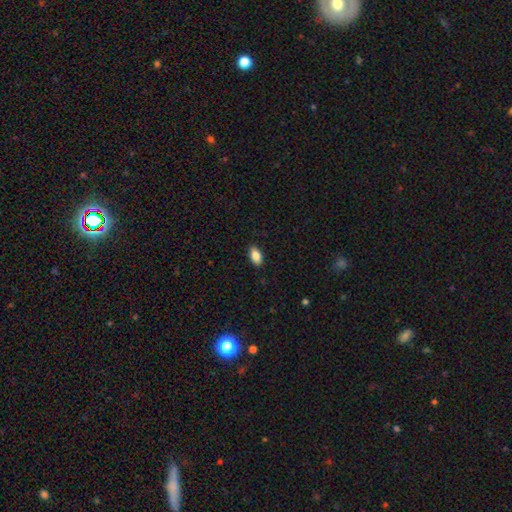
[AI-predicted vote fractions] smooth_or_featured: smooth (p=0.86) [alt: star or artifact p=0.07]
how_rounded: in between (p=0.91) [alt: round p=0.04]
merging: none (p=0.88) [alt: minor disturbance p=0.09]